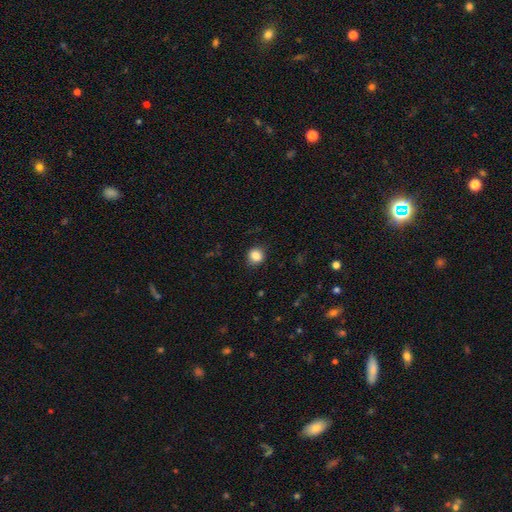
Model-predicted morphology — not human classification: smooth-or-featured: smooth: 85% | star or artifact: 10% | featured or disk: 4%
  how-rounded: round: 79% | in between: 20% | cigar-shaped: 1%
  merging: none: 85% | minor disturbance: 11% | major disturbance: 3% | merger: 1%